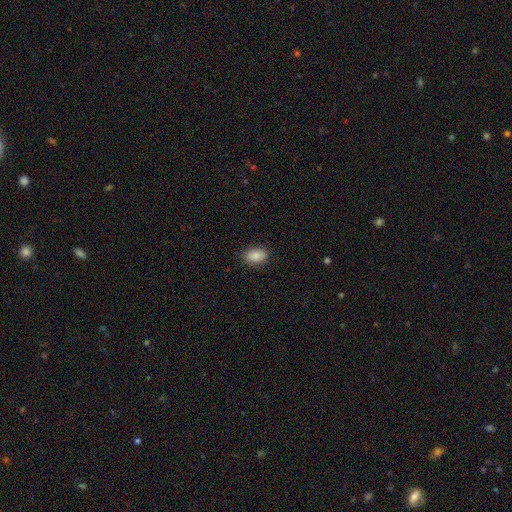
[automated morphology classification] The model was most divided on "merging": none: 83%, minor disturbance: 13%, major disturbance: 3%, merger: 1%. More confident: how rounded — in between (89%); smooth or featured — smooth (88%).